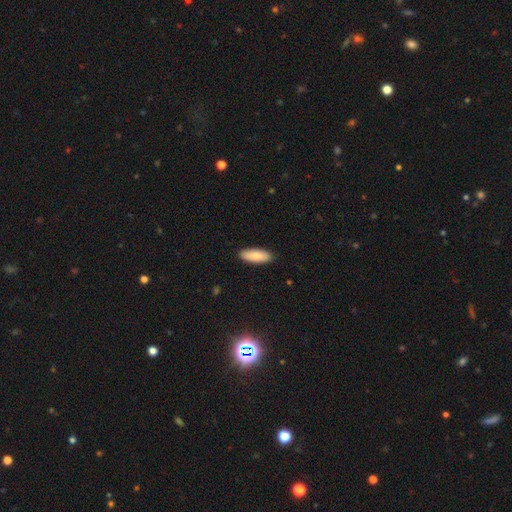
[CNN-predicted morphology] smooth_or_featured: smooth (p=0.87) [alt: featured or disk p=0.08]
how_rounded: in between (p=0.71) [alt: cigar-shaped p=0.27]
merging: none (p=0.90) [alt: minor disturbance p=0.08]